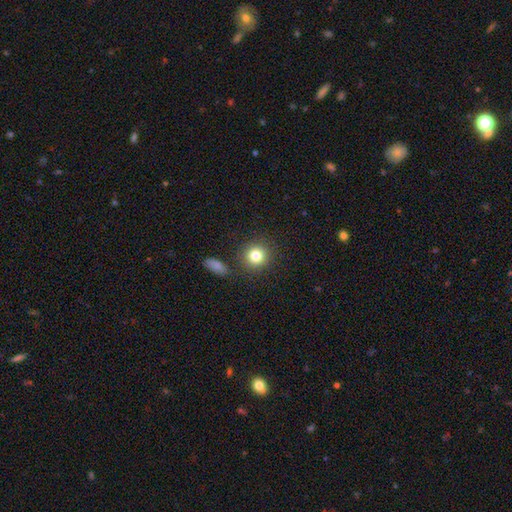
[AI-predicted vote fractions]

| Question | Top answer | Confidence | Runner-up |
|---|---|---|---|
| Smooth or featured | smooth | 82% | star or artifact (11%) |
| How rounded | round | 90% | in between (9%) |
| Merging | none | 84% | minor disturbance (8%) |